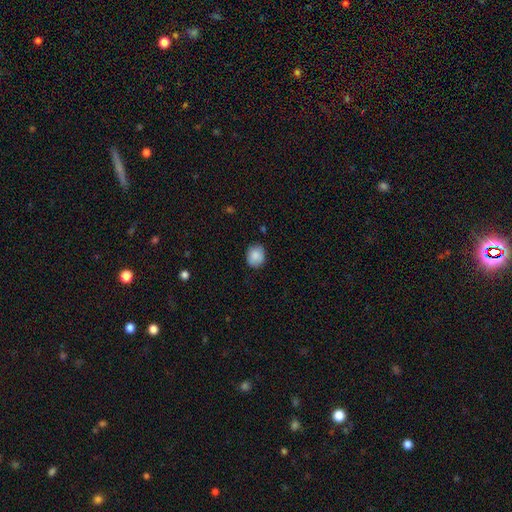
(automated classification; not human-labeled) Overall: smooth (88%). How rounded: round (67%; in between 32%). Merging: none (82%).